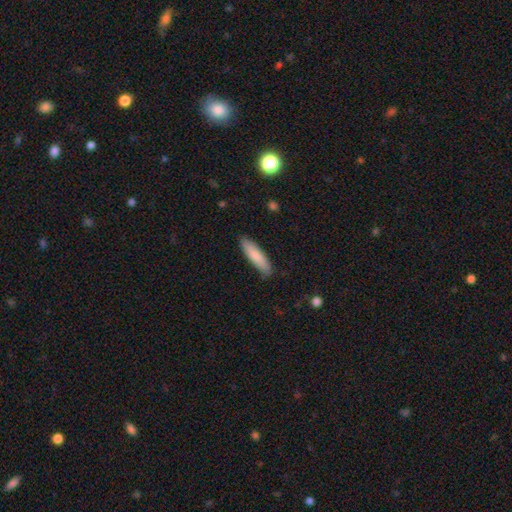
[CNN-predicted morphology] smooth_or_featured: smooth (p=0.83) [alt: featured or disk p=0.12]
how_rounded: cigar-shaped (p=0.69) [alt: in between p=0.30]
merging: none (p=0.84) [alt: minor disturbance p=0.13]